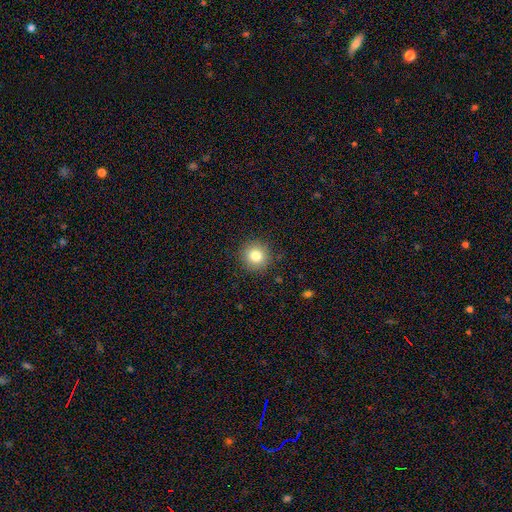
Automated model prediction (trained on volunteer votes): smooth_or_featured: smooth (p=0.81) [alt: star or artifact p=0.11]
how_rounded: round (p=0.93) [alt: in between p=0.06]
merging: none (p=0.89) [alt: minor disturbance p=0.07]